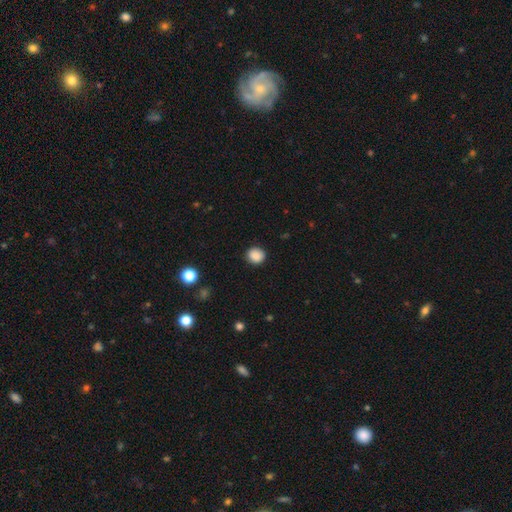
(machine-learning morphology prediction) smooth 87%, star or artifact 9%, featured or disk 4%. Down the decision tree: how rounded — round (85%); merging — none (89%).